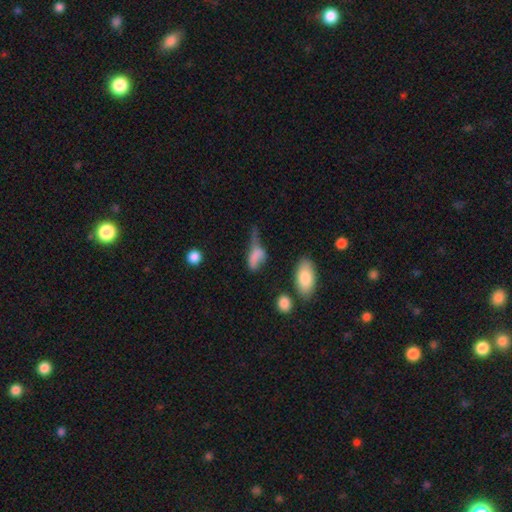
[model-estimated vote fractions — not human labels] Morphology: type=smooth (66%); roundness=in between (77%); merging=major disturbance (41%).